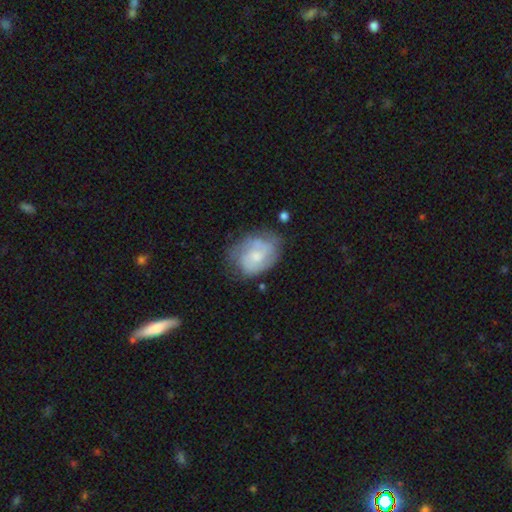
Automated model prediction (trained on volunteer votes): A featured or disk galaxy (61%) with no bar (68%), spiral arms (78%) and a moderate central bulge (43%).

Vote fractions:
- Smooth or featured? featured or disk: 61% / smooth: 32% / star or artifact: 7%
- Edge-on disk? no: 97% / yes: 3%
- Bar? no: 68% / weak: 28% / strong: 4%
- Spiral arms? yes: 78% / no: 22%
- Bulge size? moderate: 43% / small: 42% / none: 9% / large: 5% / dominant: 1%
- Merging? none: 56% / minor disturbance: 27% / major disturbance: 13% / merger: 4%